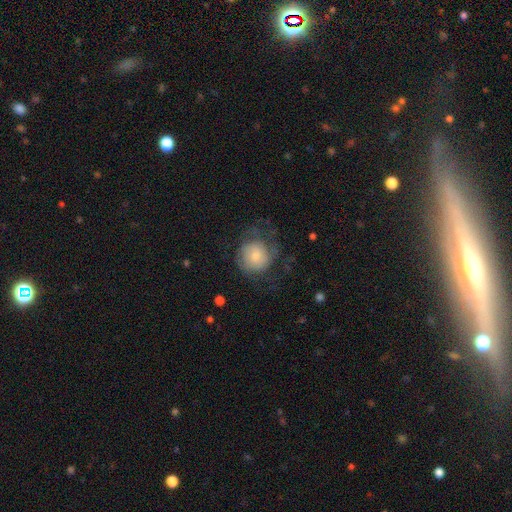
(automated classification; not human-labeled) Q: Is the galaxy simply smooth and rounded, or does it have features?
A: smooth — 63%.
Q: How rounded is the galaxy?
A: round — 89%.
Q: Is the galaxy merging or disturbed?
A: none — 51%.